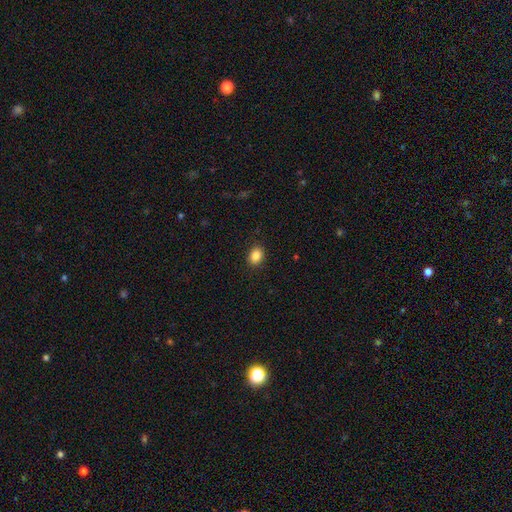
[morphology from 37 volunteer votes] smooth-or-featured: smooth: 89% | star or artifact: 8% | featured or disk: 3%
  how-rounded: in between: 52% | round: 48% | cigar-shaped: 0%
  merging: none: 88% | minor disturbance: 9% | major disturbance: 3% | merger: 0%